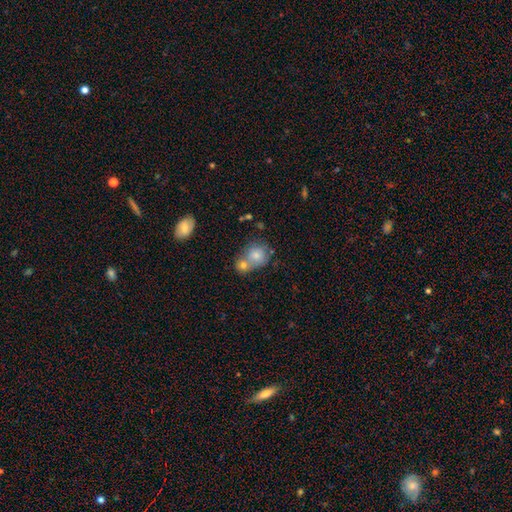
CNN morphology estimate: Smooth or featured?
  - smooth: 76% *
  - featured or disk: 15%
  - star or artifact: 9%
How rounded?
  - round: 71% *
  - in between: 28%
  - cigar-shaped: 1%
Merging?
  - merger: 56% *
  - none: 30%
  - minor disturbance: 9%
  - major disturbance: 4%